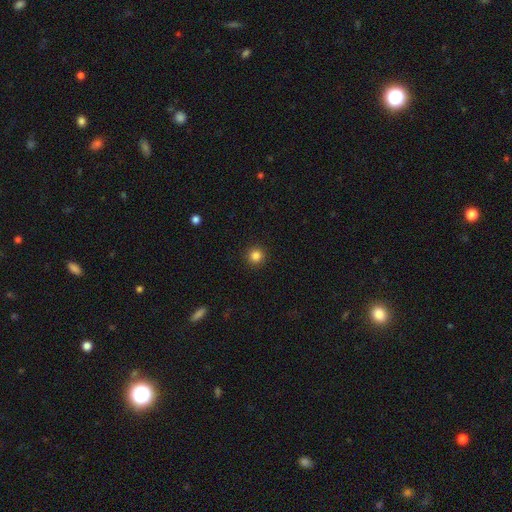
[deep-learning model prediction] This is clearly a smooth galaxy (84%). How rounded: clearly round (96%). Merging: clearly none (93%).